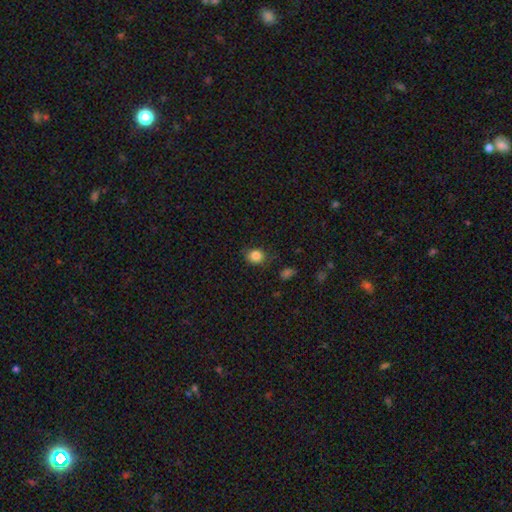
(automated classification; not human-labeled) A smooth galaxy with no disk features (84%) that is round (71%). Merging: none (74%).